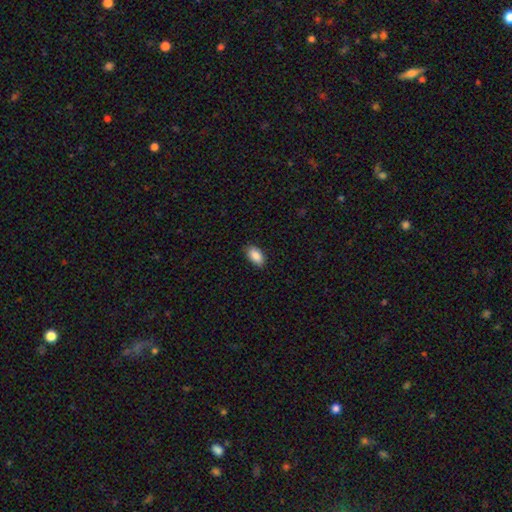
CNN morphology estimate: Q: Smooth or featured?
A: smooth (89%); runner-up: star or artifact (7%)
Q: How rounded?
A: in between (94%); runner-up: round (4%)
Q: Merging?
A: none (87%); runner-up: minor disturbance (10%)